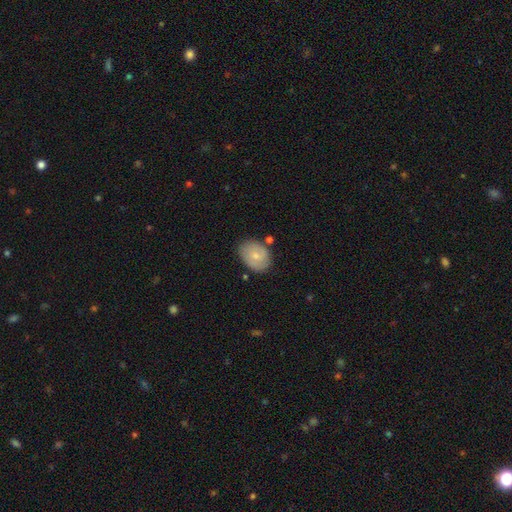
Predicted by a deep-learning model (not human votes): smooth 70%, featured or disk 23%, star or artifact 7%. Down the decision tree: how rounded — in between (65%); merging — none (74%).